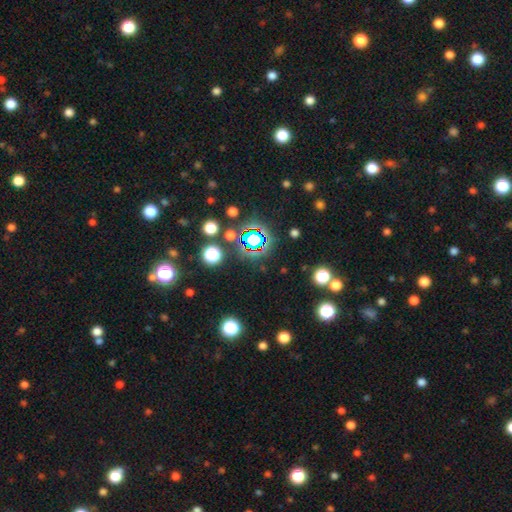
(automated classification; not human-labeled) Morphology: type=star or artifact (72%).